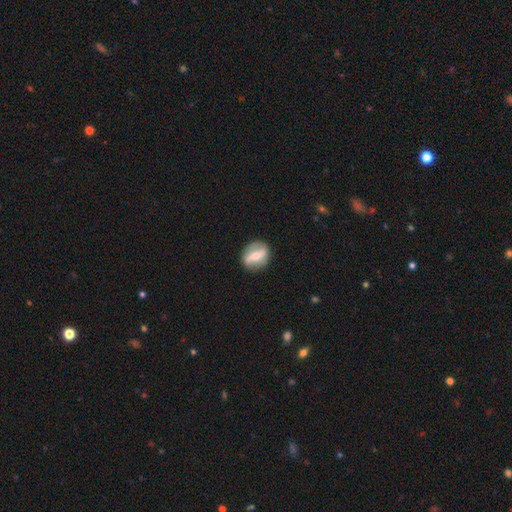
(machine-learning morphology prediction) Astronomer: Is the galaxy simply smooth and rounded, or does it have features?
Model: featured or disk — 63%.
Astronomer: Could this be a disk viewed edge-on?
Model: no — 86%.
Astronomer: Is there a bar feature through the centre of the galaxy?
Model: strong — 65%.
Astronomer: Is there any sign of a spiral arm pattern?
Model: yes — 52% (runner-up: no, 48%).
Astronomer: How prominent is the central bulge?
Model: moderate — 49% (runner-up: small, 44%).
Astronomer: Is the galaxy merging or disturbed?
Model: none — 85%.